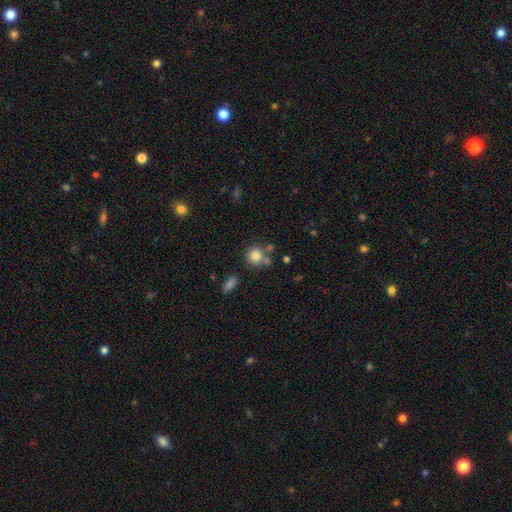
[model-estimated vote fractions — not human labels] This is clearly a smooth galaxy (81%). How rounded: clearly round (90%). Merging: likely none (67%).